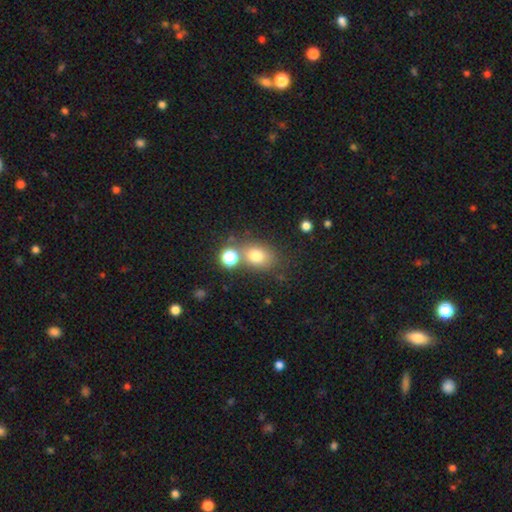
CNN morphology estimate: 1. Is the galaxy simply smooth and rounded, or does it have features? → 76% smooth, 14% star or artifact, 10% featured or disk.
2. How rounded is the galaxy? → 57% in between, 42% round, 1% cigar-shaped.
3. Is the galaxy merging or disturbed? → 62% none, 18% merger, 14% minor disturbance, 6% major disturbance.